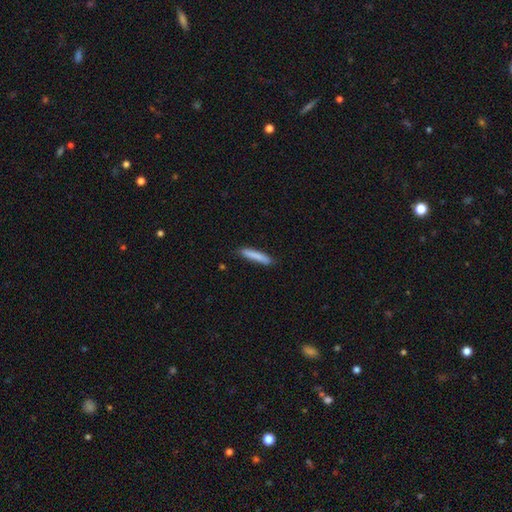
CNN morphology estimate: smooth-or-featured: smooth: 83% | featured or disk: 11% | star or artifact: 6%
  how-rounded: cigar-shaped: 91% | in between: 8% | round: 1%
  merging: none: 84% | minor disturbance: 12% | major disturbance: 2% | merger: 2%